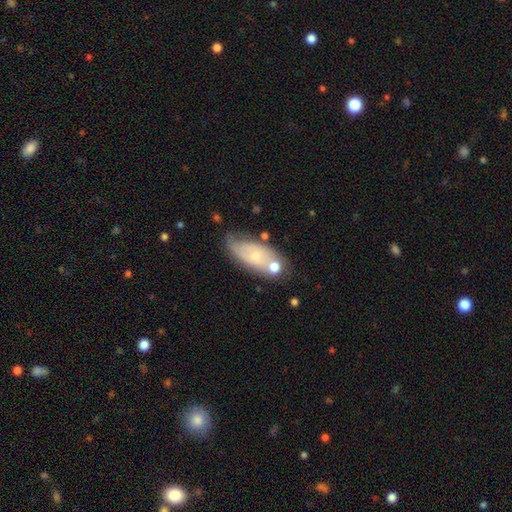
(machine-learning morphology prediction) featured or disk 46% (tied), smooth 46% (tied), star or artifact 8%. Down the decision tree: merging — none (49%).